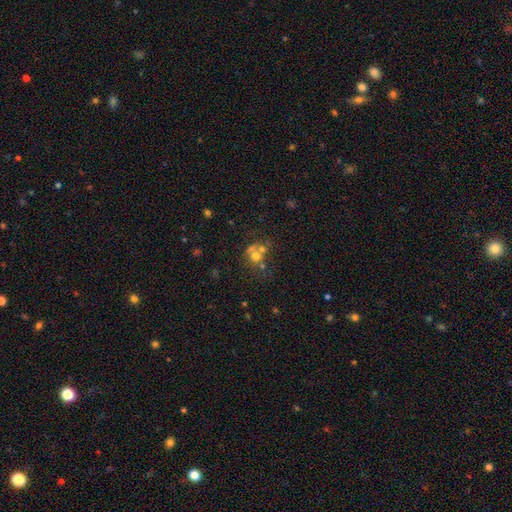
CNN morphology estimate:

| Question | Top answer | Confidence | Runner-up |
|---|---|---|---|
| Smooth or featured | smooth | 55% | featured or disk (25%) |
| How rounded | round | 77% | in between (22%) |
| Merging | merger | 49% | none (35%) |